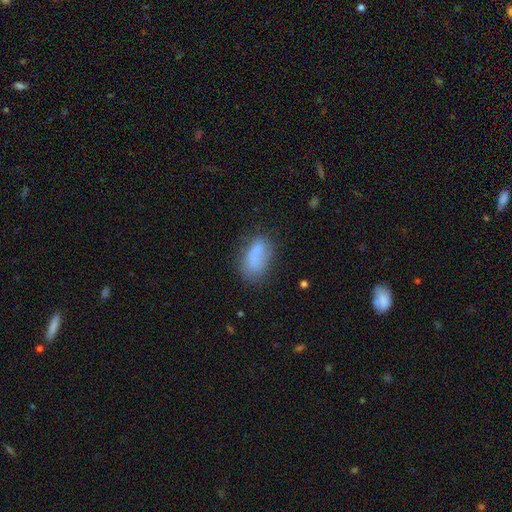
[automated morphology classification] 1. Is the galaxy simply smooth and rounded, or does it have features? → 76% smooth, 15% featured or disk, 9% star or artifact.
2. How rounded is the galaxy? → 89% in between, 6% round, 4% cigar-shaped.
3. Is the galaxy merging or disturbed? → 55% none, 28% minor disturbance, 13% major disturbance, 5% merger.